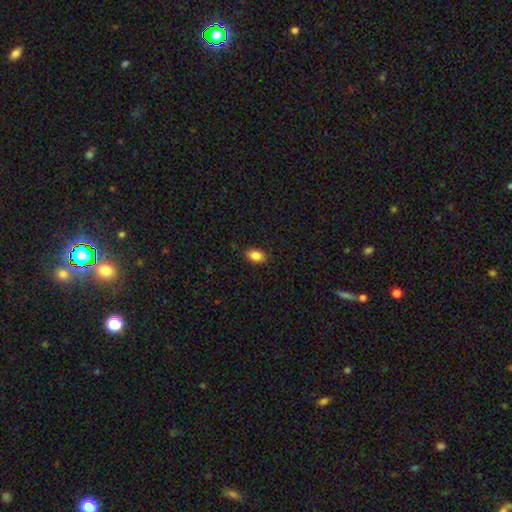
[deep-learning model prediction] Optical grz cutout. It shows a smooth galaxy with no disk features (86%) that is in between round and cigar-shaped (89%). Merging: none (87%).